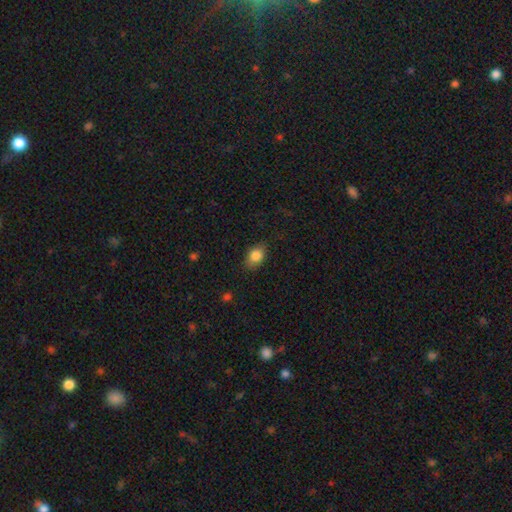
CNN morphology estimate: This is clearly a smooth galaxy (84%). How rounded: likely in between (77%). Merging: clearly none (81%).